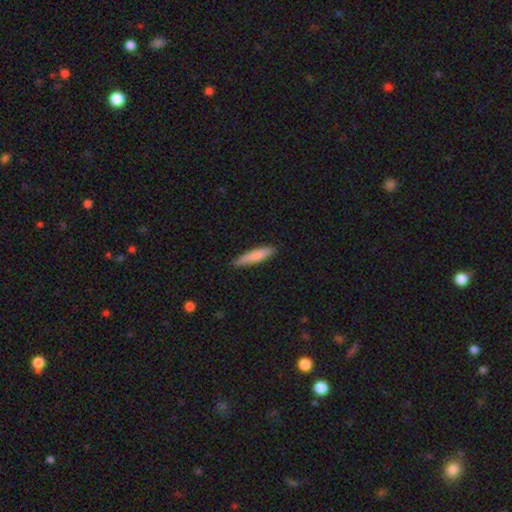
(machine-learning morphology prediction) This is clearly a smooth galaxy (82%). How rounded: clearly cigar-shaped (85%). Merging: clearly none (87%).